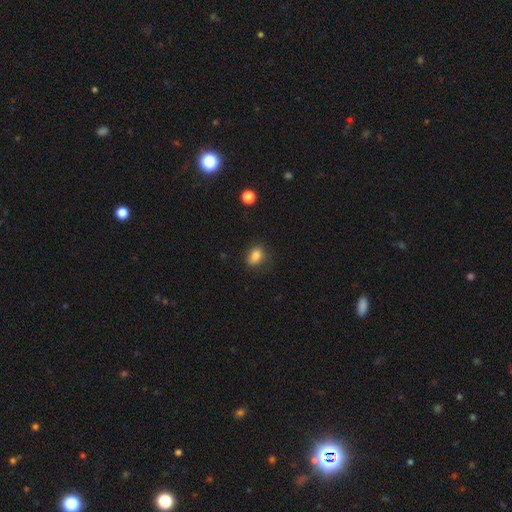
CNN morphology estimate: Q: Smooth or featured?
A: smooth (83%); runner-up: star or artifact (10%)
Q: How rounded?
A: in between (68%); runner-up: round (30%)
Q: Merging?
A: none (77%); runner-up: minor disturbance (17%)